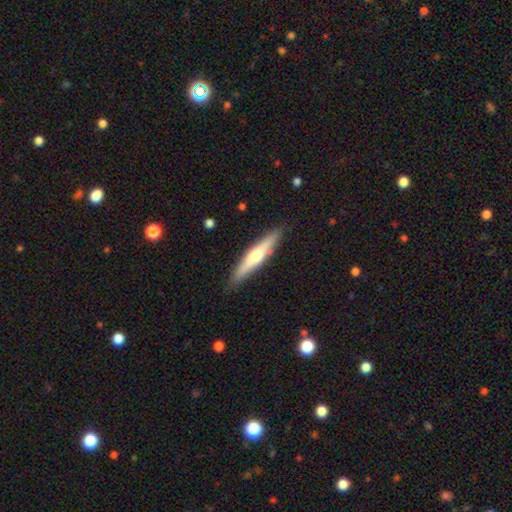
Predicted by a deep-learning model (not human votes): Overall: featured or disk (50%; smooth 44%). Edge-on disk: yes (95%). Merging: none (89%).